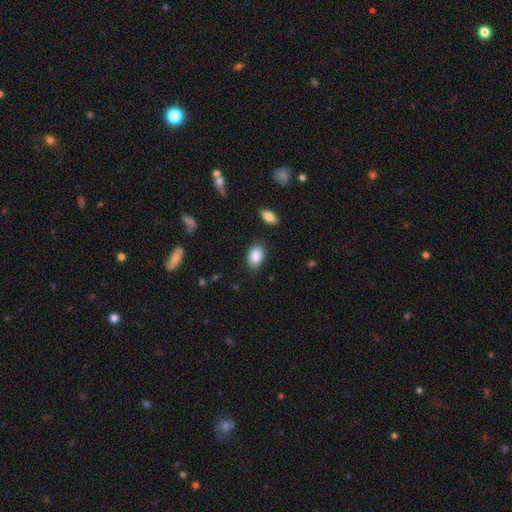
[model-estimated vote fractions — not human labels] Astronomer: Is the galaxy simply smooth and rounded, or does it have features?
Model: smooth — 88%.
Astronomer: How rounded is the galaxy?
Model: in between — 89%.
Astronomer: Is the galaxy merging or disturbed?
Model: none — 85%.